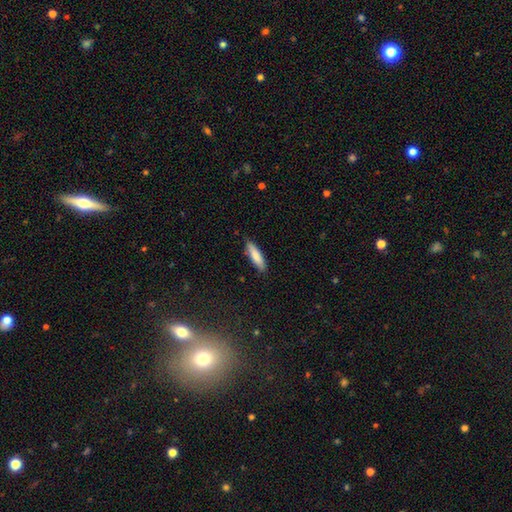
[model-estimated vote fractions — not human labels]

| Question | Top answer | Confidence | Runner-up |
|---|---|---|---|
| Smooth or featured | smooth | 83% | featured or disk (11%) |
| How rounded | cigar-shaped | 68% | in between (31%) |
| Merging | none | 86% | minor disturbance (11%) |